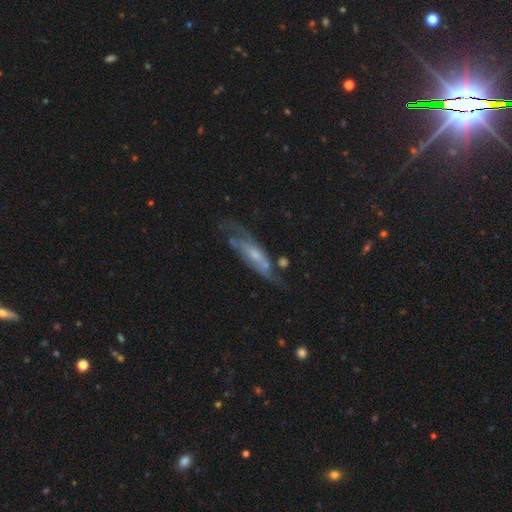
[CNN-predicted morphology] Smooth or featured: featured or disk — 72% (smooth — 20%)
Edge-on disk: no — 72% (yes — 28%)
Bar: no — 57% (weak — 34%)
Spiral arms: yes — 79% (no — 21%)
Bulge size: small — 57% (moderate — 31%)
Merging: none — 52% (minor disturbance — 23%)